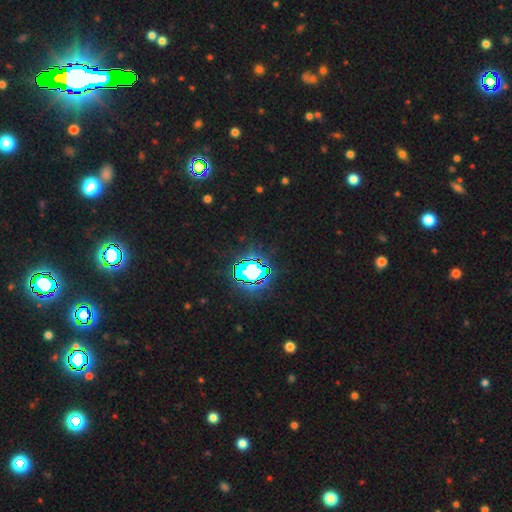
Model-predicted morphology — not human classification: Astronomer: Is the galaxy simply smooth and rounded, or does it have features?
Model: star or artifact — 82%.